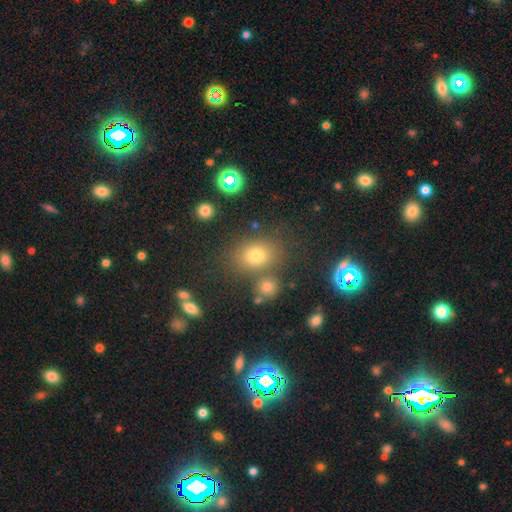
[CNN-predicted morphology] Smooth or featured? Predicted: smooth (p=0.65). How rounded? Predicted: in between (p=0.50). Merging? Predicted: none (p=0.74).